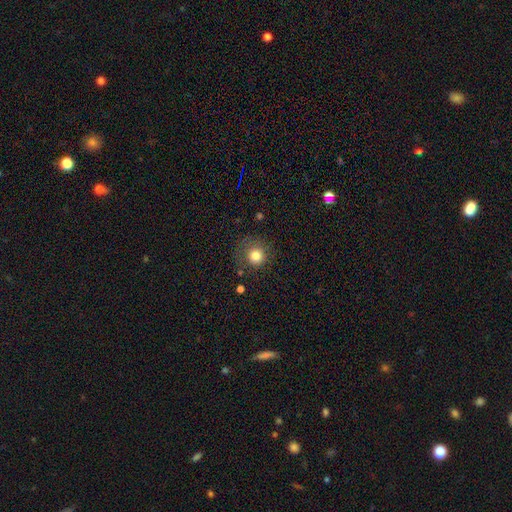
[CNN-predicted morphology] This is clearly a smooth galaxy (80%). How rounded: clearly round (92%). Merging: likely none (74%).